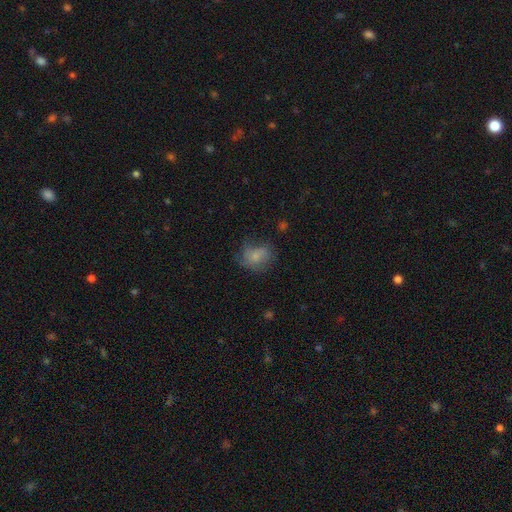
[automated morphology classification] Q: Smooth or featured?
A: smooth (61%); runner-up: featured or disk (28%)
Q: How rounded?
A: round (52%); runner-up: in between (47%)
Q: Merging?
A: none (46%); runner-up: minor disturbance (28%)